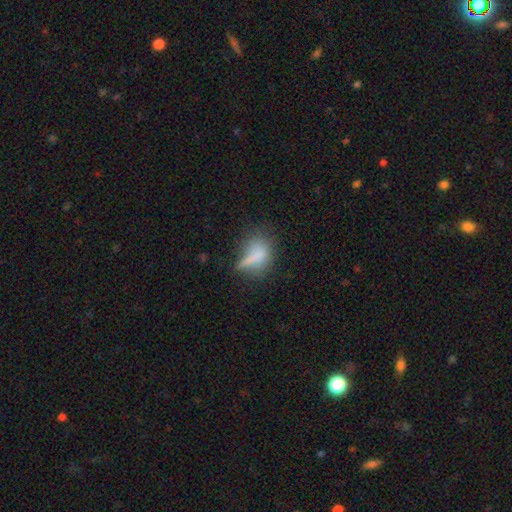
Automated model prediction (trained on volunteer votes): This is likely a smooth galaxy (66%). How rounded: possibly in between (59%). Merging: marginally none (43%).